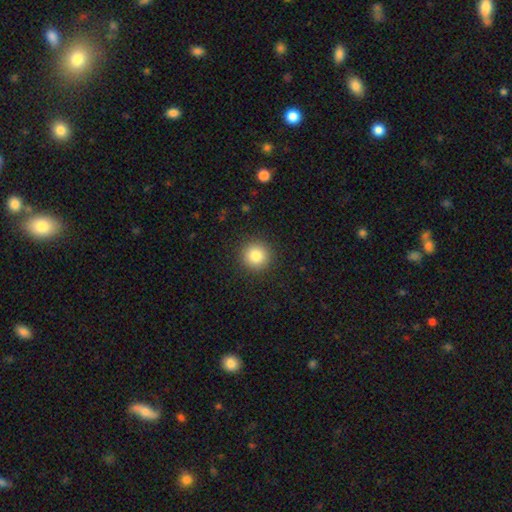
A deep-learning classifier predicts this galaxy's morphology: Q: Smooth or featured?
A: smooth (84%); runner-up: star or artifact (10%)
Q: How rounded?
A: round (94%); runner-up: in between (5%)
Q: Merging?
A: none (92%); runner-up: minor disturbance (5%)